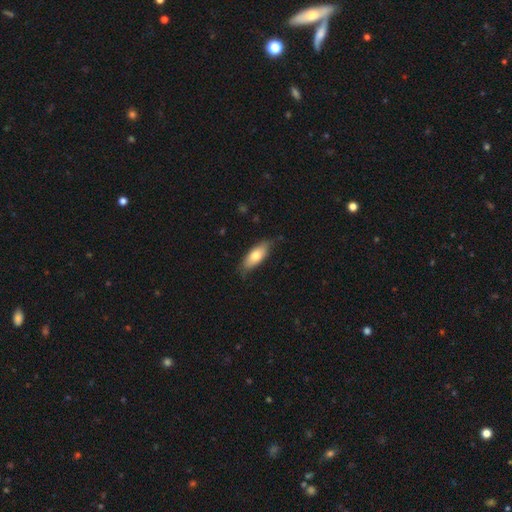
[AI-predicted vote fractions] The model was most divided on "smooth or featured": smooth: 72%, featured or disk: 22%, star or artifact: 6%. More confident: merging — none (76%); how rounded — in between (76%).